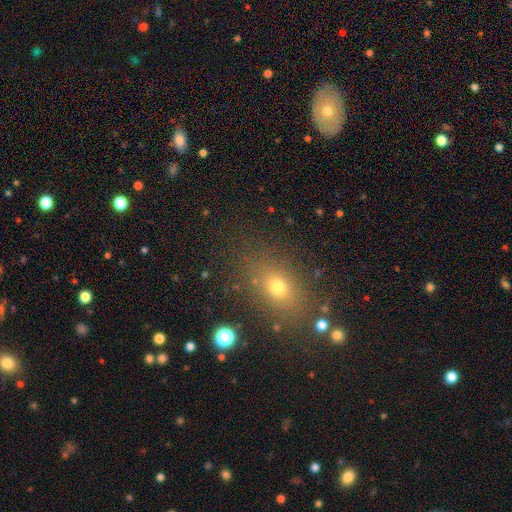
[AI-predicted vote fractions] Smooth or featured?
  - smooth: 56% *
  - star or artifact: 30%
  - featured or disk: 14%
How rounded?
  - in between: 64% *
  - round: 33%
  - cigar-shaped: 3%
Merging?
  - none: 82% *
  - minor disturbance: 10%
  - major disturbance: 4%
  - merger: 4%